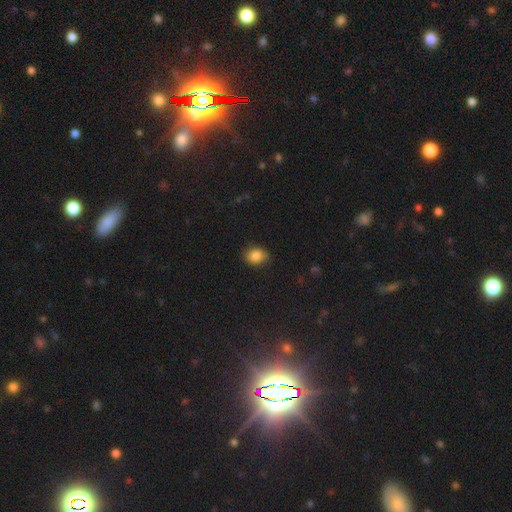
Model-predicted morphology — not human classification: Smooth or featured?
  - smooth: 84% *
  - star or artifact: 9%
  - featured or disk: 6%
How rounded?
  - in between: 60% *
  - round: 39%
  - cigar-shaped: 1%
Merging?
  - none: 78% *
  - minor disturbance: 17%
  - major disturbance: 3%
  - merger: 1%